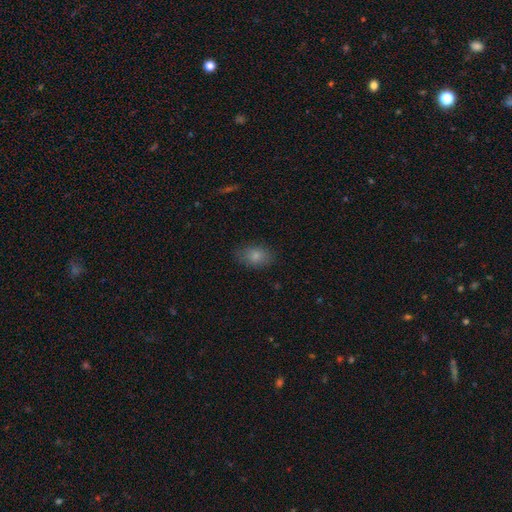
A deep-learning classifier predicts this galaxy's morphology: Q: Smooth or featured?
A: smooth (81%); runner-up: featured or disk (10%)
Q: How rounded?
A: in between (85%); runner-up: round (13%)
Q: Merging?
A: none (77%); runner-up: minor disturbance (17%)